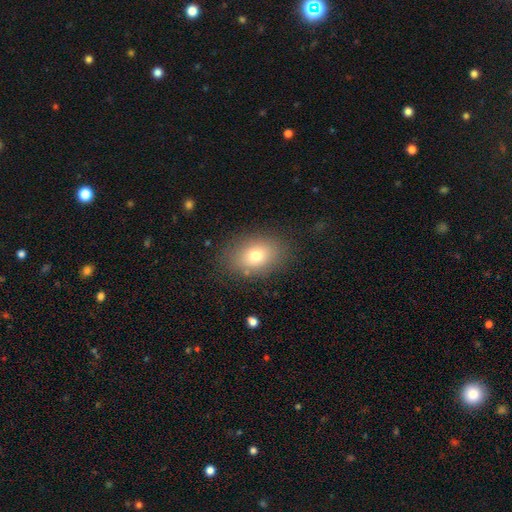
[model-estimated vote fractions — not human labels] Smooth or featured? Predicted: smooth (p=0.74). How rounded? Predicted: in between (p=0.72). Merging? Predicted: none (p=0.81).